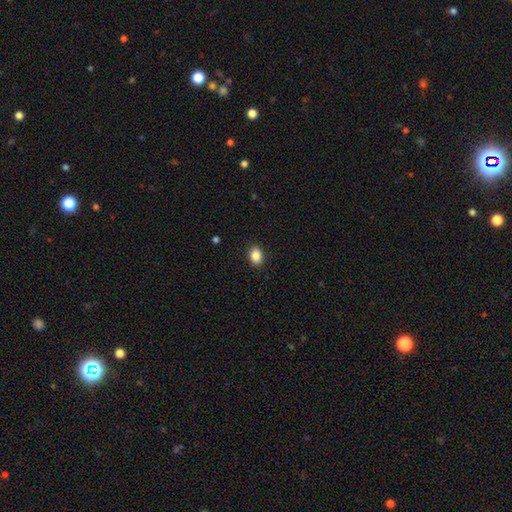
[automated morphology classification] smooth 87%, star or artifact 9%, featured or disk 4%. Down the decision tree: how rounded — in between (75%); merging — none (90%).